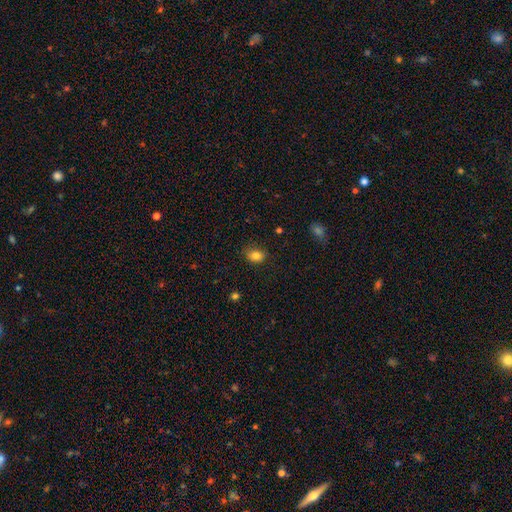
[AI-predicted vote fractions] Smooth or featured? Predicted: smooth (p=0.83). How rounded? Predicted: in between (p=0.53). Merging? Predicted: none (p=0.79).